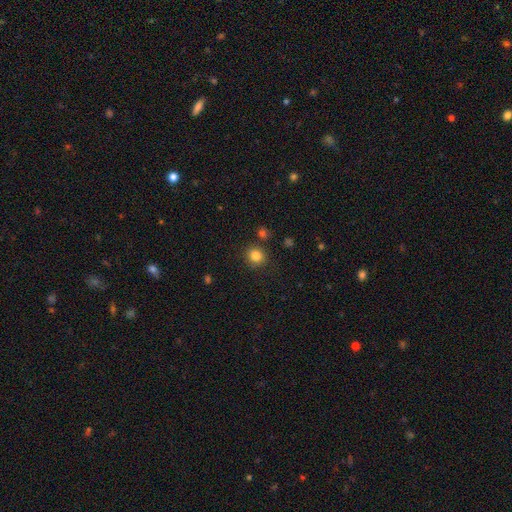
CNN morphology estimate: A smooth galaxy with no disk features (83%) that is round (88%).

Vote fractions:
- Smooth or featured? smooth: 83% / star or artifact: 12% / featured or disk: 5%
- How rounded? round: 88% / in between: 11% / cigar-shaped: 1%
- Merging? none: 86% / minor disturbance: 7% / merger: 4% / major disturbance: 2%